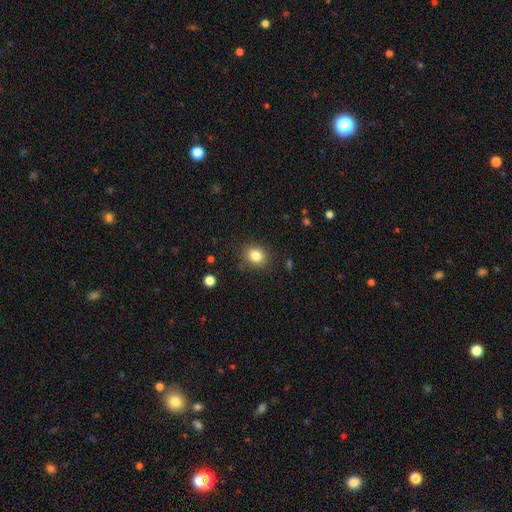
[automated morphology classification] Q: Smooth or featured?
A: smooth (83%); runner-up: star or artifact (11%)
Q: How rounded?
A: round (67%); runner-up: in between (32%)
Q: Merging?
A: none (86%); runner-up: minor disturbance (10%)